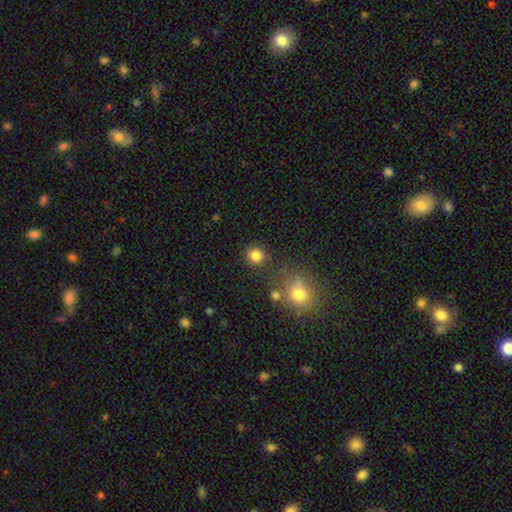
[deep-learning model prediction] Smooth or featured: smooth — 82% (star or artifact — 13%)
How rounded: round — 86% (in between — 13%)
Merging: none — 81% (minor disturbance — 10%)